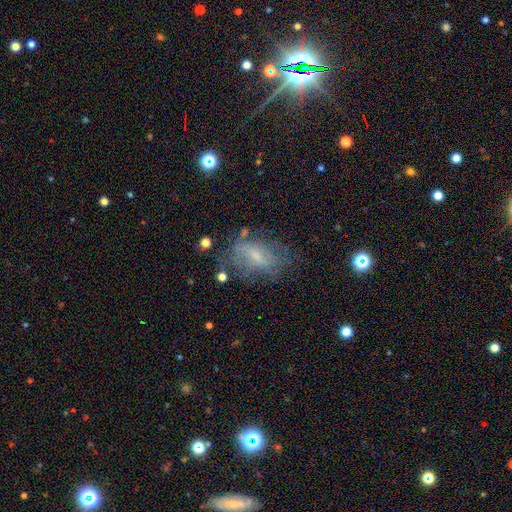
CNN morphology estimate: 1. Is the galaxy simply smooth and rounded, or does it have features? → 49% featured or disk, 38% smooth, 13% star or artifact.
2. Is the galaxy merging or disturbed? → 52% none, 24% minor disturbance, 20% major disturbance, 4% merger.